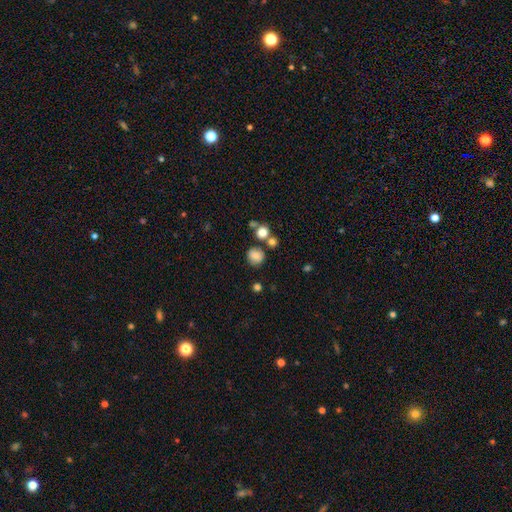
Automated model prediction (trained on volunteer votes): Smooth or featured? smooth (80%)
How rounded? round (83%)
Merging? none (68%)